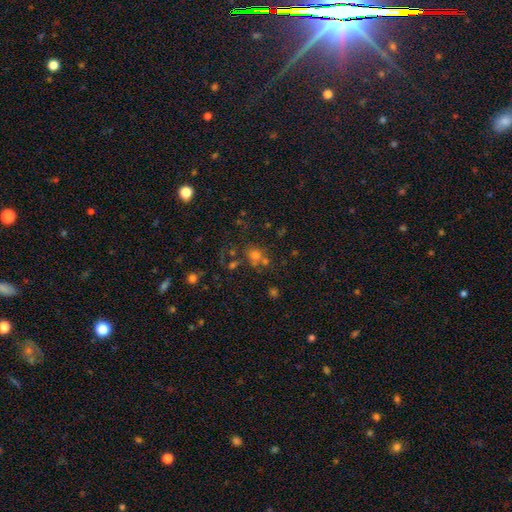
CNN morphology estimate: A smooth galaxy with no disk features (53%) that is round (81%). Merging: none (58%).